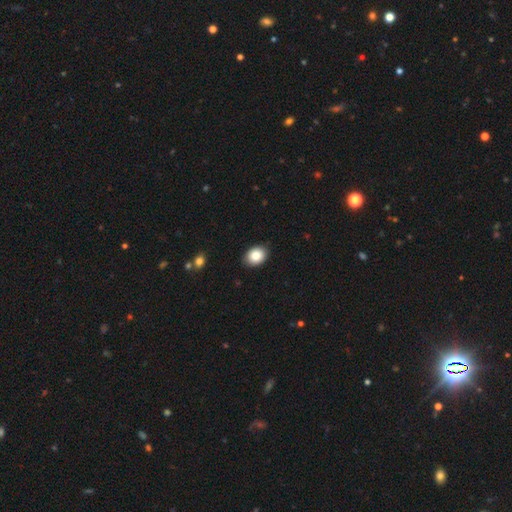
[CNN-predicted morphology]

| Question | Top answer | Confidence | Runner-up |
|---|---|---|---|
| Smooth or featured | smooth | 85% | star or artifact (8%) |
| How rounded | in between | 61% | round (38%) |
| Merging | none | 88% | minor disturbance (9%) |